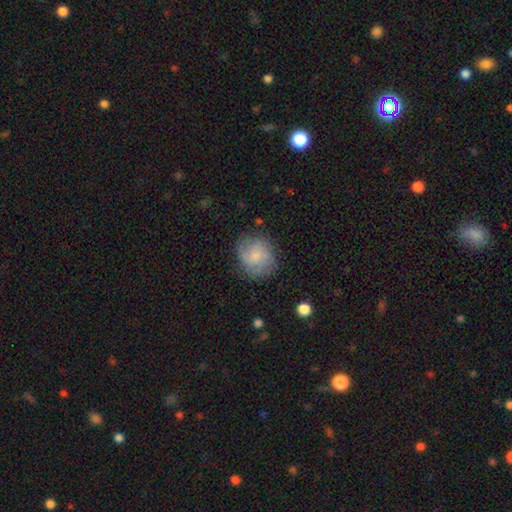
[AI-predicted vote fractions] Smooth or featured: smooth — 61% (featured or disk — 31%)
How rounded: round — 78% (in between — 21%)
Merging: none — 70% (minor disturbance — 21%)